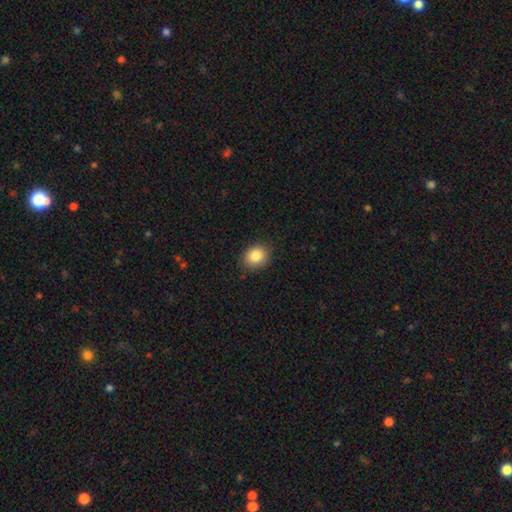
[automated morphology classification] This appears to be a smooth galaxy with no disk features (85%) that is round (62%). Merging: none (86%).